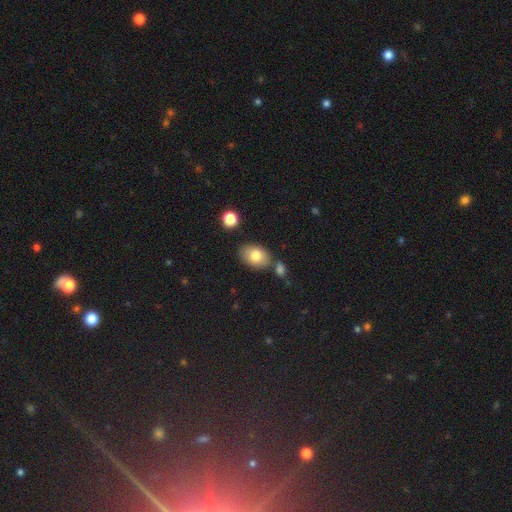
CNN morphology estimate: smooth_or_featured: smooth (p=0.80) [alt: featured or disk p=0.12]
how_rounded: in between (p=0.82) [alt: round p=0.17]
merging: none (p=0.69) [alt: minor disturbance p=0.14]